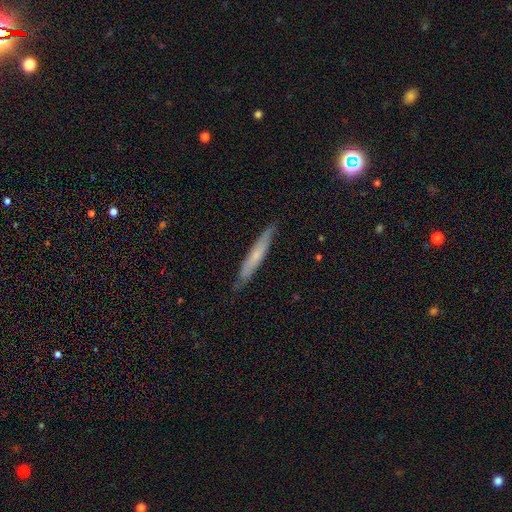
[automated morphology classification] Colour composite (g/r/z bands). It shows a smooth galaxy with no disk features (53%) that is cigar-shaped (94%). Merging: none (84%).